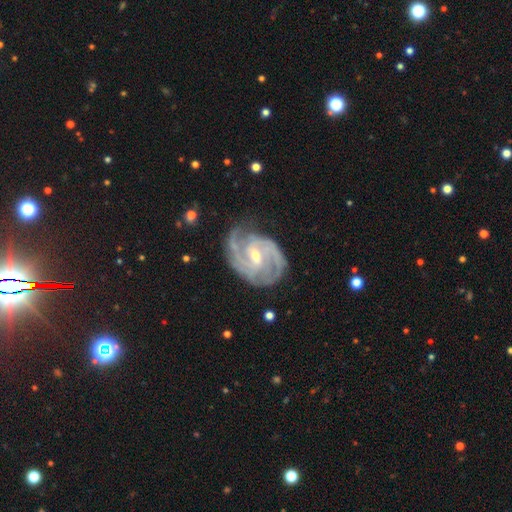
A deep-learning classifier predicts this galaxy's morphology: This appears to be a featured or disk galaxy (92%) with a weak bar (53%), 2 (39%) tight (53%) spiral arms (98%) and a small central bulge (58%). Merging: none (73%).